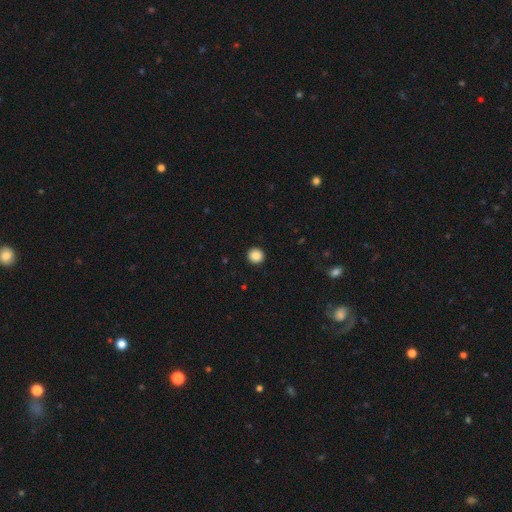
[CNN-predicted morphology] The model was most divided on "smooth or featured": smooth: 88%, star or artifact: 9%, featured or disk: 3%. More confident: how rounded — round (93%); merging — none (93%).